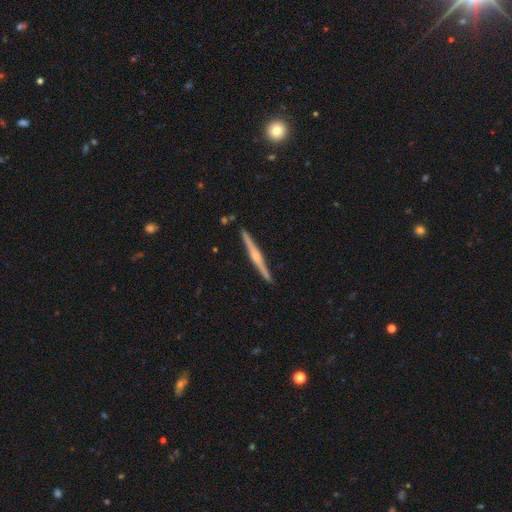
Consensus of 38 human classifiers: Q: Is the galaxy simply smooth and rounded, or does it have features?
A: featured or disk — 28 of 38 (74%).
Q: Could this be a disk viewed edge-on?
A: yes — 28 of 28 (100%).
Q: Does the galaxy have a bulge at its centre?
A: rounded — 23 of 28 (82%).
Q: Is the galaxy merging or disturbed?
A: none — 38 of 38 (100%).